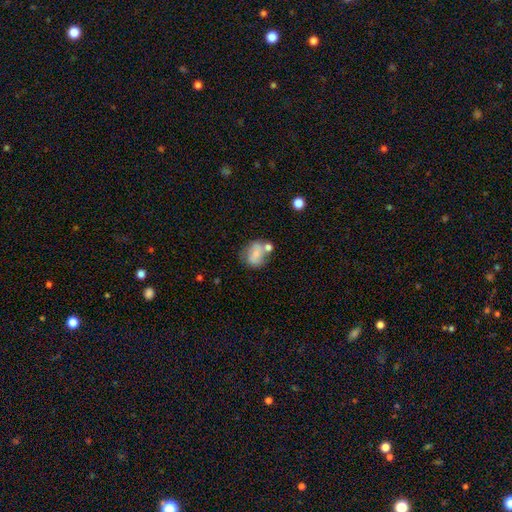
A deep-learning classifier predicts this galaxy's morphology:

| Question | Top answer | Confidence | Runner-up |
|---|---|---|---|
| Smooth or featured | smooth | 55% | featured or disk (36%) |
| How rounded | round | 49% | tied: in between (49%) |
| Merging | none | 44% | merger (27%) |